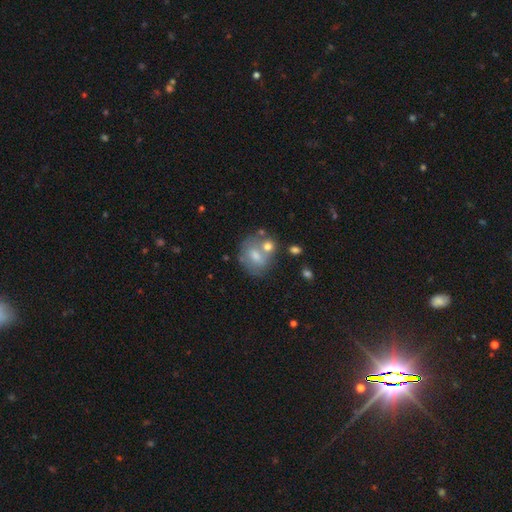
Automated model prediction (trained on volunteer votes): A smooth galaxy with no disk features (59%) that is round (59%). Merging: none (46%).